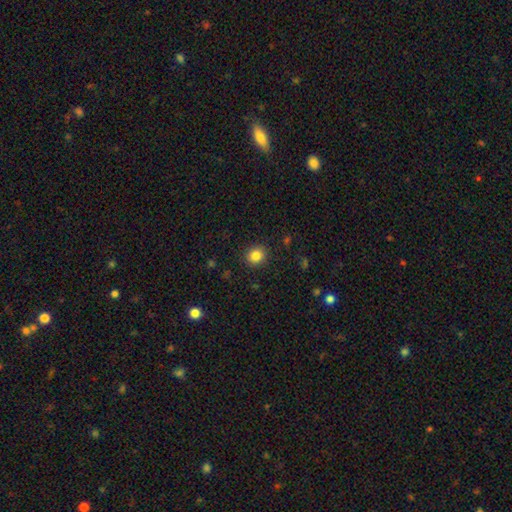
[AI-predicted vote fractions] This appears to be a smooth galaxy with no disk features (85%) that is round (81%). Merging: none (90%).